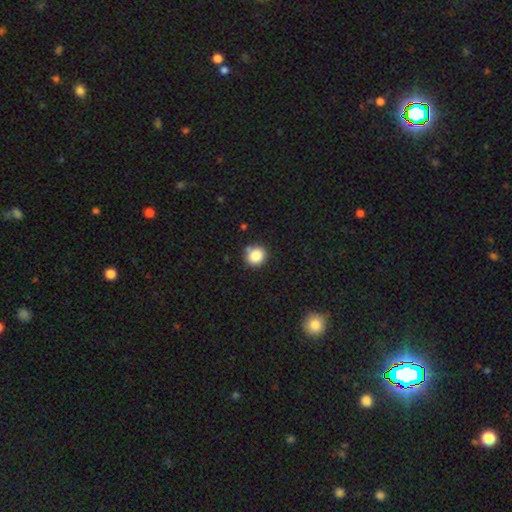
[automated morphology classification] type=smooth (86%); roundness=round (87%); merging=none (78%).